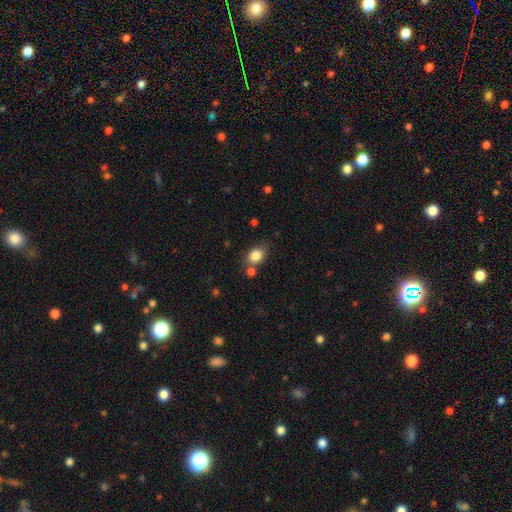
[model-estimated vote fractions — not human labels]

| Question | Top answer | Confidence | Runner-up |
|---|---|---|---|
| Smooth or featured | smooth | 84% | star or artifact (10%) |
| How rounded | in between | 57% | round (42%) |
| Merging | none | 67% | merger (14%) |